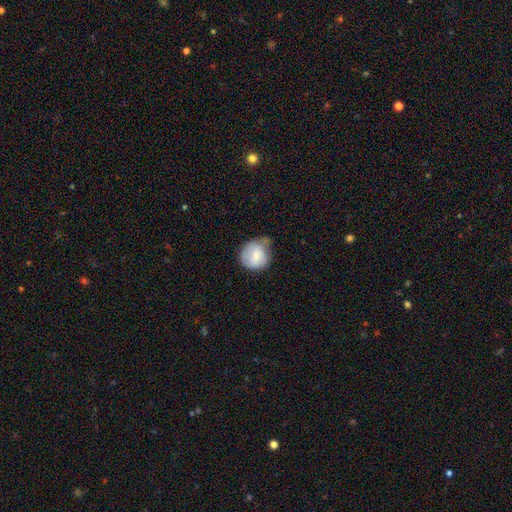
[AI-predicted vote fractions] Q: Smooth or featured?
A: smooth (73%); runner-up: featured or disk (20%)
Q: How rounded?
A: round (85%); runner-up: in between (15%)
Q: Merging?
A: none (46%); runner-up: minor disturbance (39%)